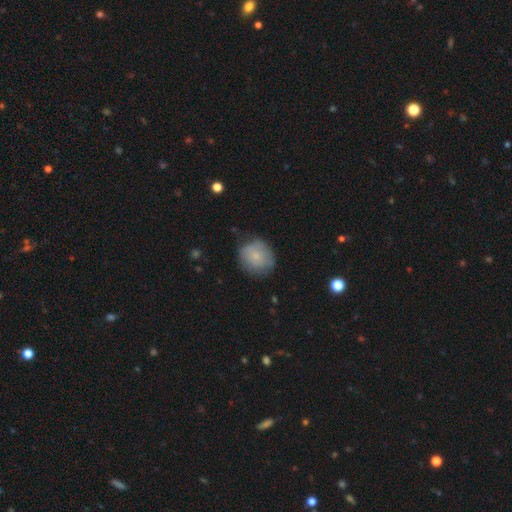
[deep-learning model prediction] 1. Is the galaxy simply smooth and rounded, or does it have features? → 72% smooth, 20% featured or disk, 8% star or artifact.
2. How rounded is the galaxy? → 81% round, 18% in between, 1% cigar-shaped.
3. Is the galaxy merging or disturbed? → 68% none, 23% minor disturbance, 7% major disturbance, 2% merger.